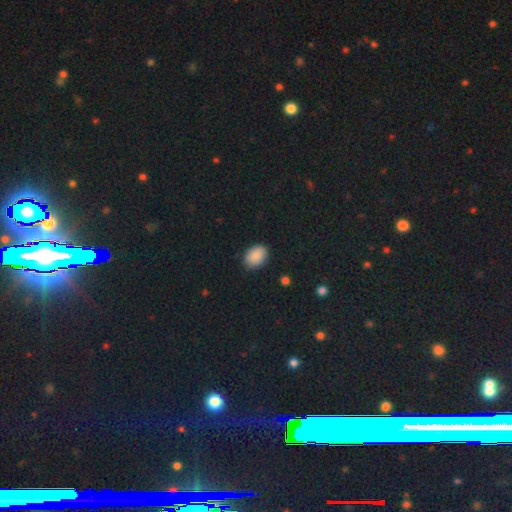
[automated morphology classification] This appears to be a smooth galaxy with no disk features (89%) that is in between round and cigar-shaped (79%). Merging: none (87%).